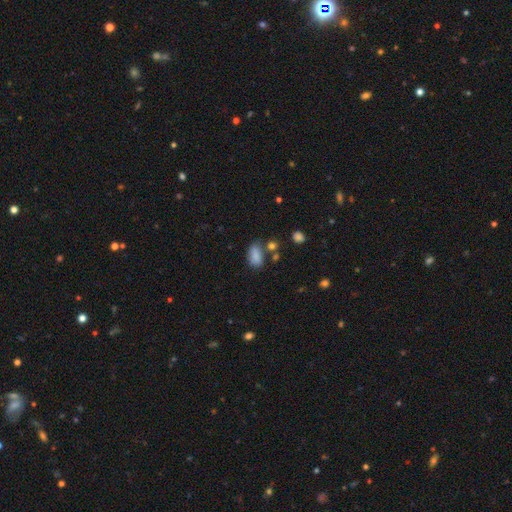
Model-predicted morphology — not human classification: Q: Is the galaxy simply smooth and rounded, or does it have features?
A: smooth — 83%.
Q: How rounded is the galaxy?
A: in between — 89%.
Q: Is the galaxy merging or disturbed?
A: none — 60%.